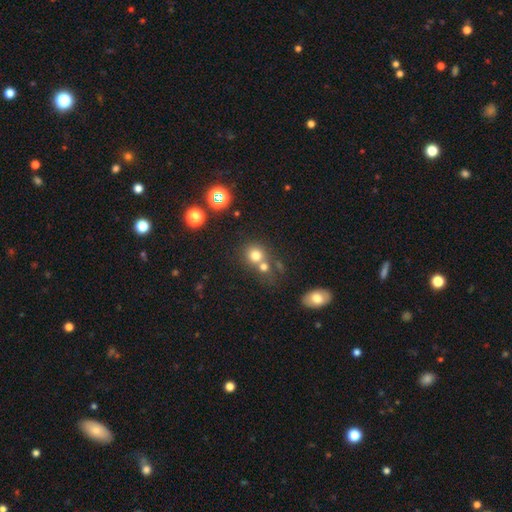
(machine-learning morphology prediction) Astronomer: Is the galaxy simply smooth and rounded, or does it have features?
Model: smooth — 75%.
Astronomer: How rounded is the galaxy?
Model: round — 81%.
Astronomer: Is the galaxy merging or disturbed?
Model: none — 48% (runner-up: merger, 40%).